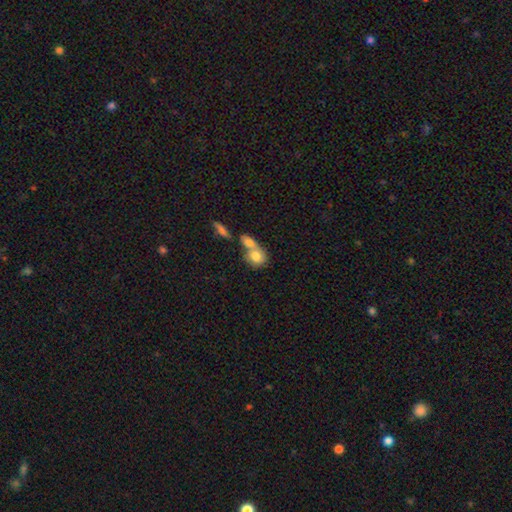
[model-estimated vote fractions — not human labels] Overall: smooth (78%). How rounded: round (61%; in between 37%). Merging: merger (62%; none 27%).